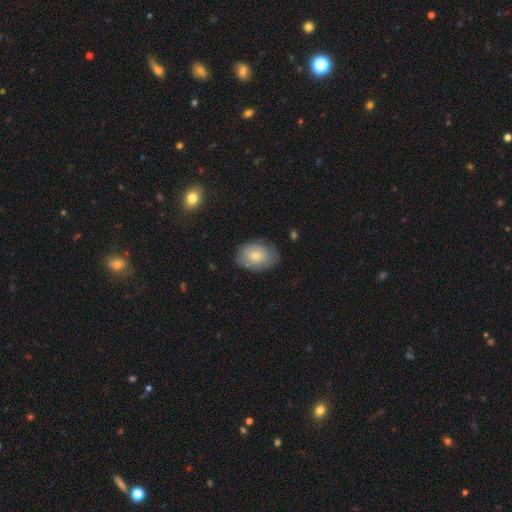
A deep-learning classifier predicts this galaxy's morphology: A smooth galaxy with no disk features (71%) that is in between round and cigar-shaped (79%). Merging: none (73%).